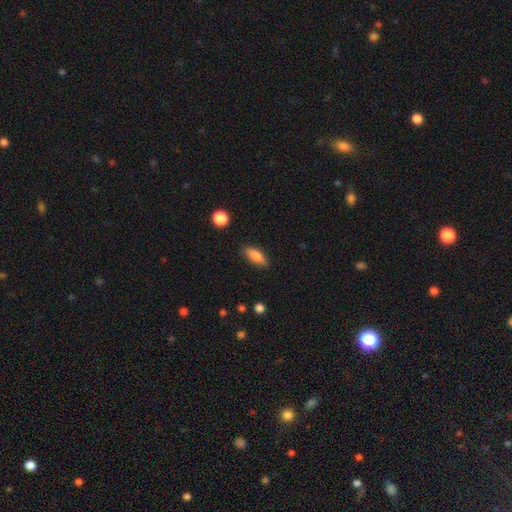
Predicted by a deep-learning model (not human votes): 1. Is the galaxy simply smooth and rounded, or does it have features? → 82% smooth, 11% featured or disk, 7% star or artifact.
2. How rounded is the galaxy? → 71% in between, 26% cigar-shaped, 3% round.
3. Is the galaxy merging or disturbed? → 84% none, 12% minor disturbance, 3% major disturbance, 1% merger.